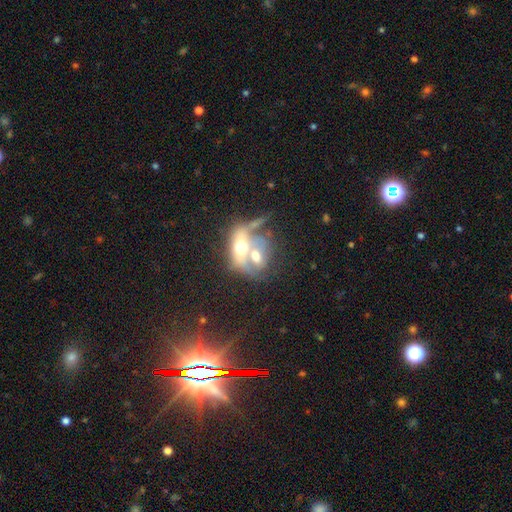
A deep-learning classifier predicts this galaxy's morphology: smooth 50%, featured or disk 39%, star or artifact 10%. Down the decision tree: how rounded — in between (63%); merging — merger (71%).